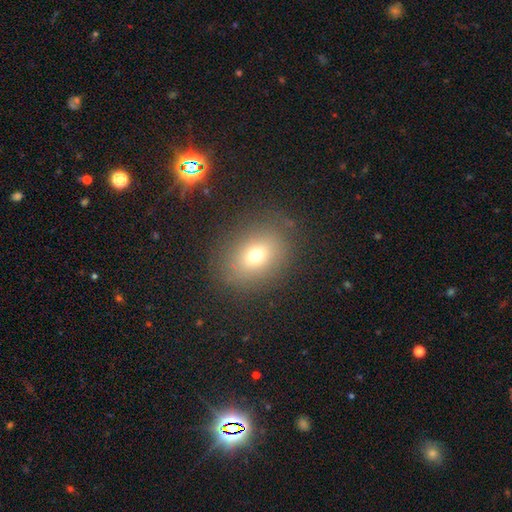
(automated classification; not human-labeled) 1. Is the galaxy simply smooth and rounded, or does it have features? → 69% smooth, 16% star or artifact, 14% featured or disk.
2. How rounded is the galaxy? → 53% in between, 46% round, 1% cigar-shaped.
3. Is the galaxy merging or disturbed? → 83% none, 11% minor disturbance, 5% major disturbance, 1% merger.